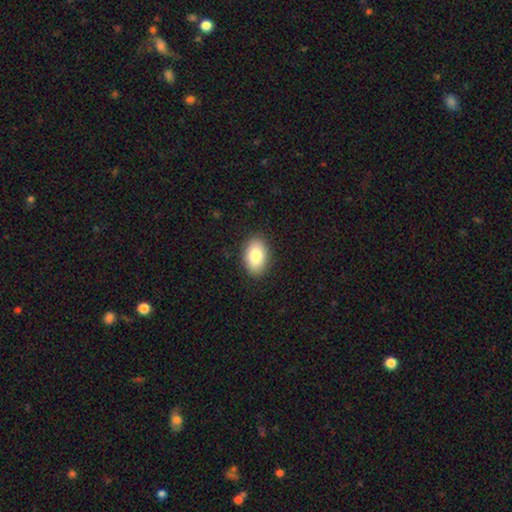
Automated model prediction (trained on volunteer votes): Smooth or featured?
  - smooth: 83% *
  - featured or disk: 9%
  - star or artifact: 7%
How rounded?
  - in between: 90% *
  - round: 9%
  - cigar-shaped: 1%
Merging?
  - none: 89% *
  - minor disturbance: 8%
  - major disturbance: 2%
  - merger: 1%